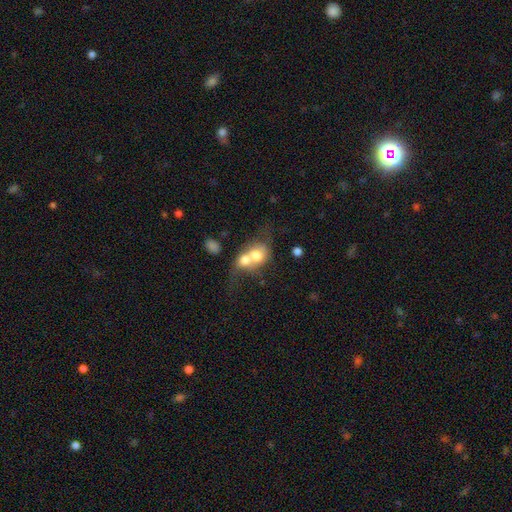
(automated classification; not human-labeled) The model was most divided on "how rounded": round: 55%, in between: 44%, cigar-shaped: 1%. More confident: merging — merger (75%); smooth or featured — smooth (65%).